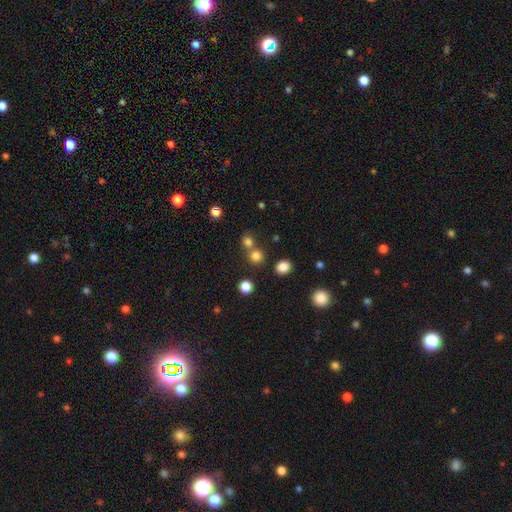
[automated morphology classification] Q: Smooth or featured?
A: smooth (77%); runner-up: star or artifact (17%)
Q: How rounded?
A: round (88%); runner-up: in between (11%)
Q: Merging?
A: none (63%); runner-up: merger (29%)